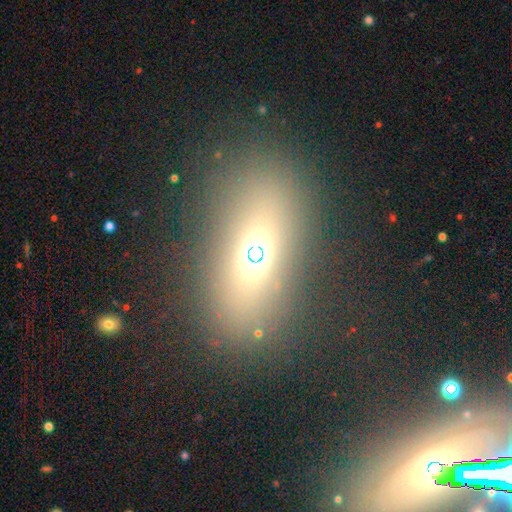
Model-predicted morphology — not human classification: A smooth galaxy with no disk features (54%) that is in between round and cigar-shaped (78%).

Vote fractions:
- Smooth or featured? smooth: 54% / star or artifact: 24% / featured or disk: 22%
- How rounded? in between: 78% / round: 16% / cigar-shaped: 6%
- Merging? none: 83% / minor disturbance: 9% / major disturbance: 5% / merger: 2%